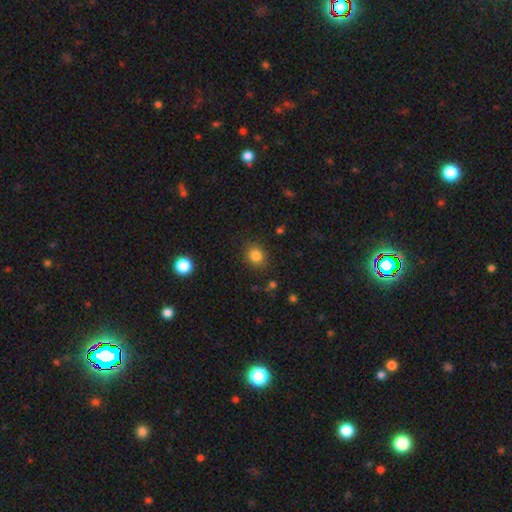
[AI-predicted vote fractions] Smooth or featured: smooth — 83% (star or artifact — 12%)
How rounded: round — 71% (in between — 28%)
Merging: none — 87% (minor disturbance — 9%)